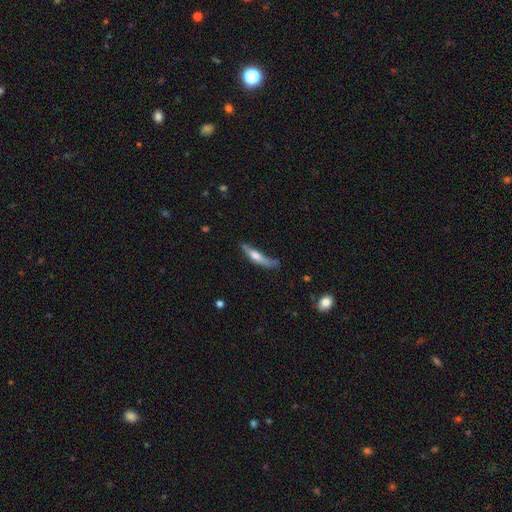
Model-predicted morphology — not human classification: Smooth or featured? featured or disk (47%, tied with smooth)
Merging? none (54%)